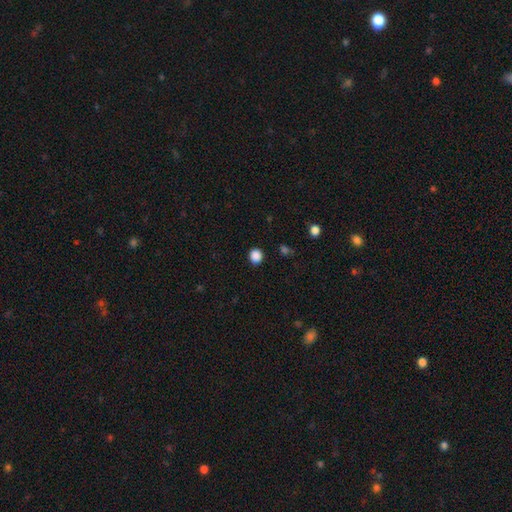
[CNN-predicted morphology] Q: Smooth or featured?
A: smooth (87%); runner-up: star or artifact (11%)
Q: How rounded?
A: round (86%); runner-up: in between (14%)
Q: Merging?
A: none (90%); runner-up: minor disturbance (6%)